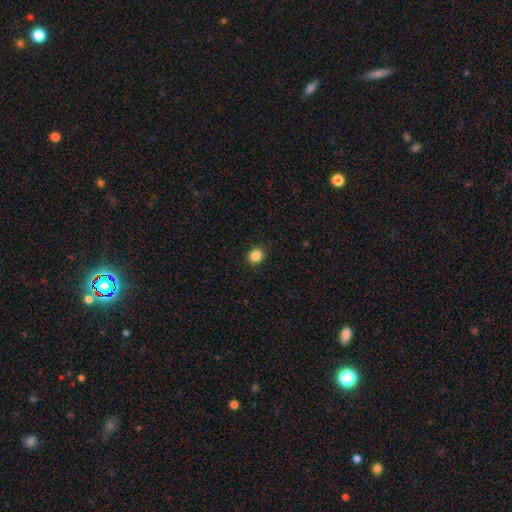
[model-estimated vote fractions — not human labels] Smooth or featured: smooth — 86% (star or artifact — 10%)
How rounded: round — 66% (in between — 33%)
Merging: none — 91% (minor disturbance — 6%)